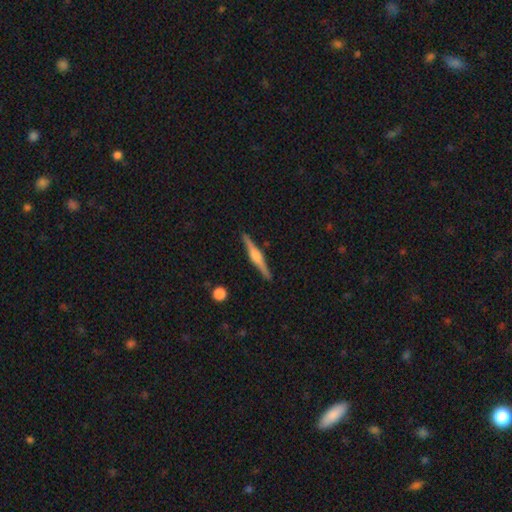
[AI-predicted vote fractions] This appears to be a featured or disk galaxy (76%) viewed edge-on (98%) with a rounded central bulge (82%). Merging: none (91%).